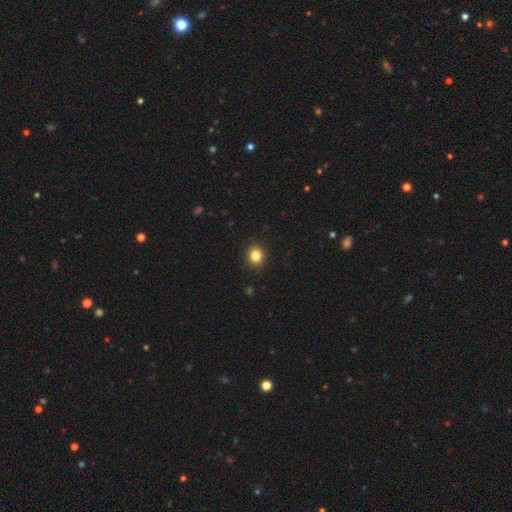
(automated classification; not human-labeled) Smooth or featured? smooth (84%)
How rounded? round (72%)
Merging? none (91%)